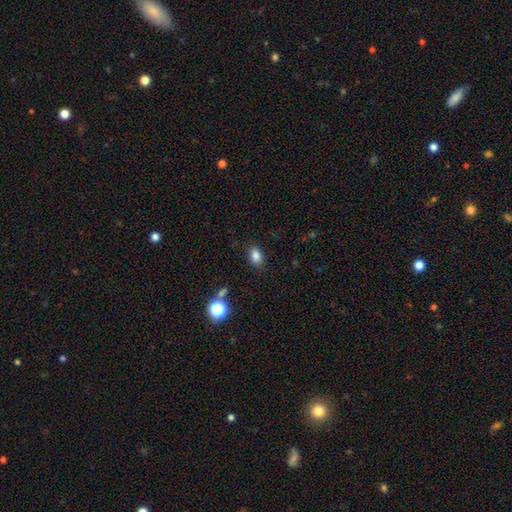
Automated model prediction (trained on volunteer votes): Morphology: type=smooth (83%); roundness=in between (81%); merging=none (86%).